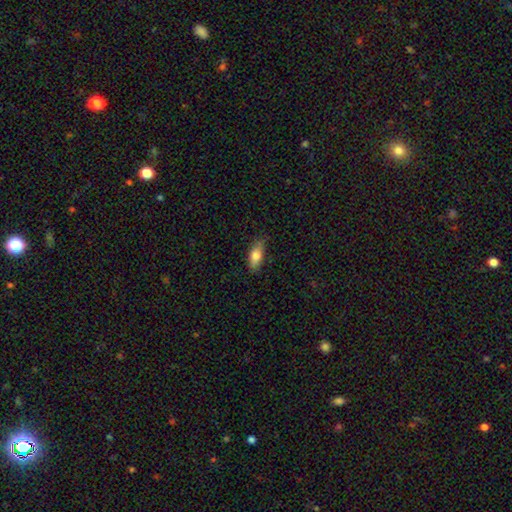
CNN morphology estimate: This appears to be a smooth galaxy with no disk features (79%) that is in between round and cigar-shaped (81%). Merging: none (75%).